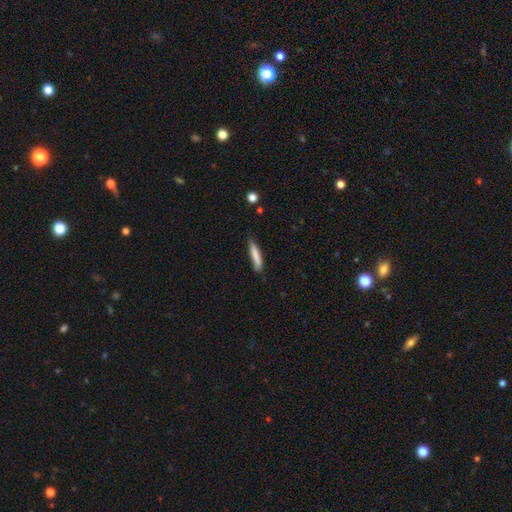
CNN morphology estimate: smooth_or_featured: smooth (p=0.80) [alt: featured or disk p=0.14]
how_rounded: cigar-shaped (p=0.89) [alt: in between p=0.10]
merging: none (p=0.74) [alt: minor disturbance p=0.20]